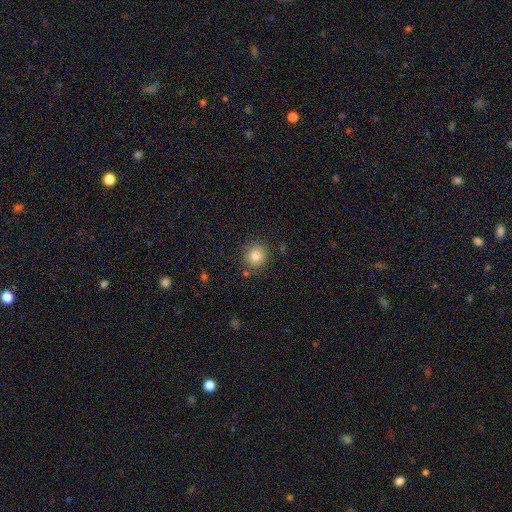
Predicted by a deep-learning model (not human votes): Overall: smooth (81%). How rounded: round (87%). Merging: none (82%).